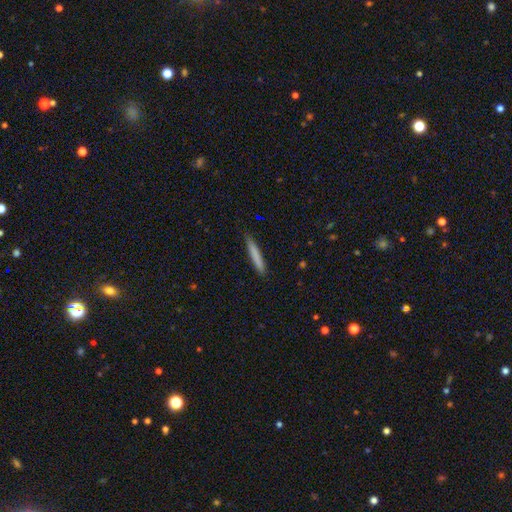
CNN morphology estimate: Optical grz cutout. It shows a smooth galaxy with no disk features (78%) that is cigar-shaped (96%). Merging: none (89%).